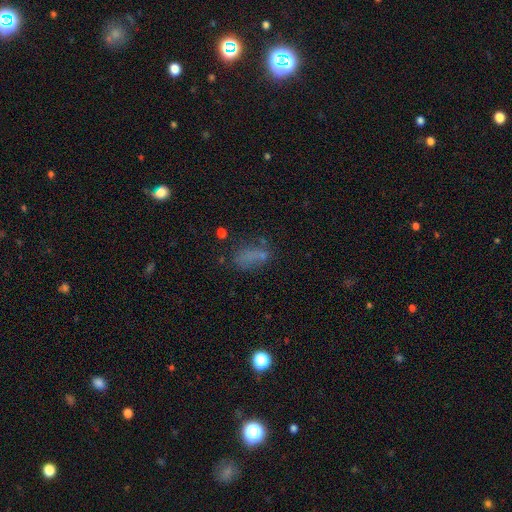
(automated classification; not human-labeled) The model was most divided on "smooth or featured": smooth: 59%, star or artifact: 24%, featured or disk: 17%. More confident: how rounded — in between (75%); merging — none (57%).